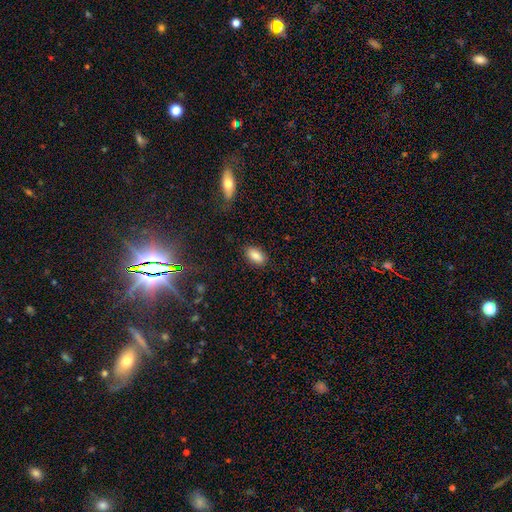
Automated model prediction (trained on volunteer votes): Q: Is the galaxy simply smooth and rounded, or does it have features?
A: smooth — 86%.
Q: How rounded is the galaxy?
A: in between — 92%.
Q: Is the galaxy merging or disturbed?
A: none — 86%.